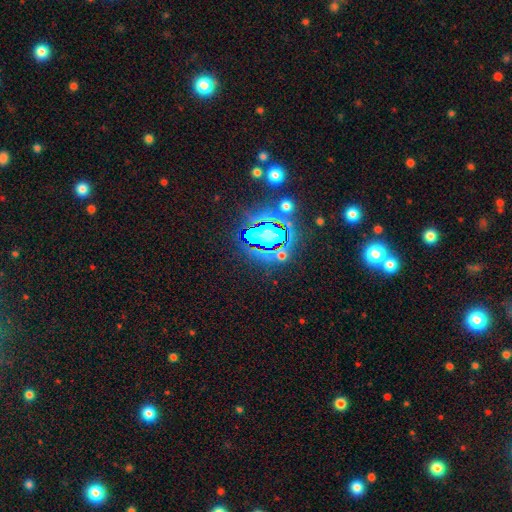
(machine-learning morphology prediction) The model was most divided on "smooth or featured": star or artifact: 80%, smooth: 11%, featured or disk: 9%.